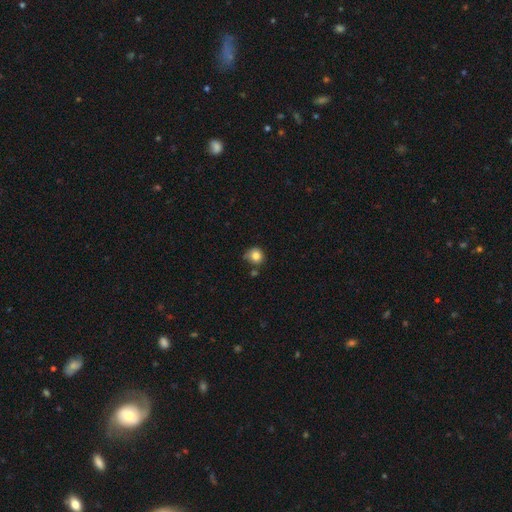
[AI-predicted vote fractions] A smooth galaxy with no disk features (83%) that is round (86%).

Vote fractions:
- Smooth or featured? smooth: 83% / star or artifact: 10% / featured or disk: 7%
- How rounded? round: 86% / in between: 13% / cigar-shaped: 1%
- Merging? none: 63% / minor disturbance: 24% / merger: 8% / major disturbance: 5%